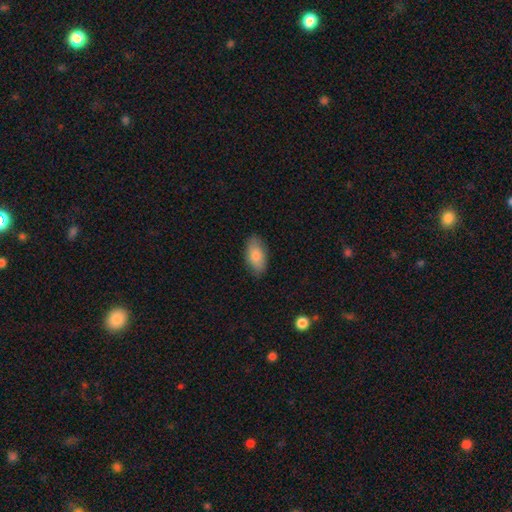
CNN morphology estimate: type=smooth (83%); roundness=in between (92%); merging=none (83%).